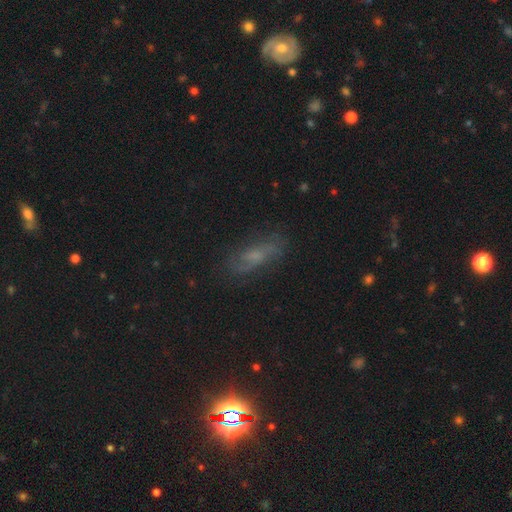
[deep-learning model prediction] This appears to be a featured or disk galaxy (41%). Merging: none (73%).